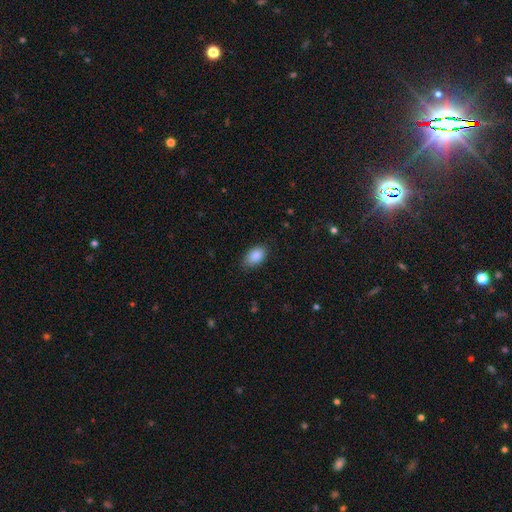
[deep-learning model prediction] smooth 89%, star or artifact 7%, featured or disk 4%. Down the decision tree: how rounded — in between (90%); merging — none (82%).